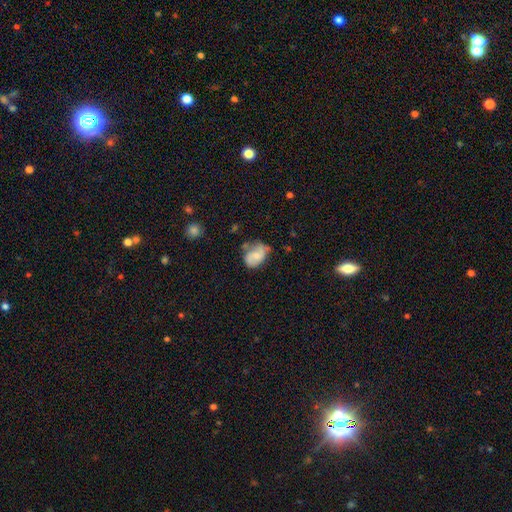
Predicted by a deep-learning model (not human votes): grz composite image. It shows a smooth galaxy with no disk features (54%) that is in between round and cigar-shaped (70%). Merging: none (41%).